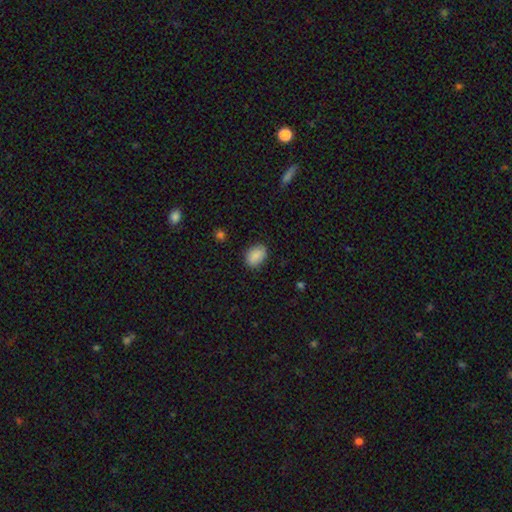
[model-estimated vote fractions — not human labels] Morphology: type=smooth (87%); roundness=in between (76%); merging=none (83%).